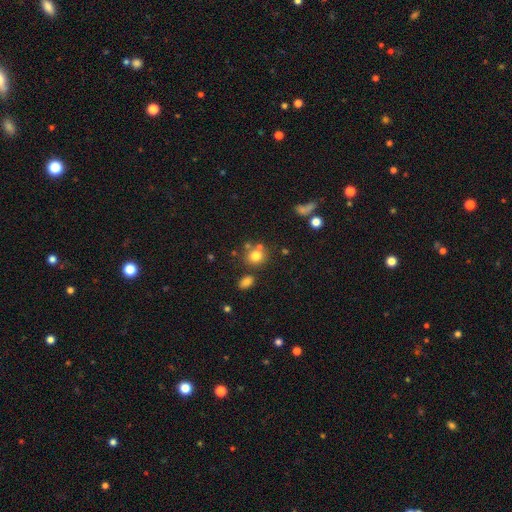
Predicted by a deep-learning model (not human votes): Overall: smooth (77%). How rounded: round (81%). Merging: none (63%).